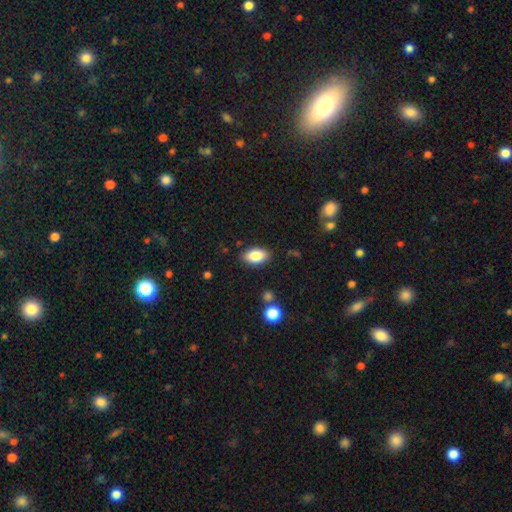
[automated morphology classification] type=smooth (84%); roundness=in between (92%); merging=none (86%).